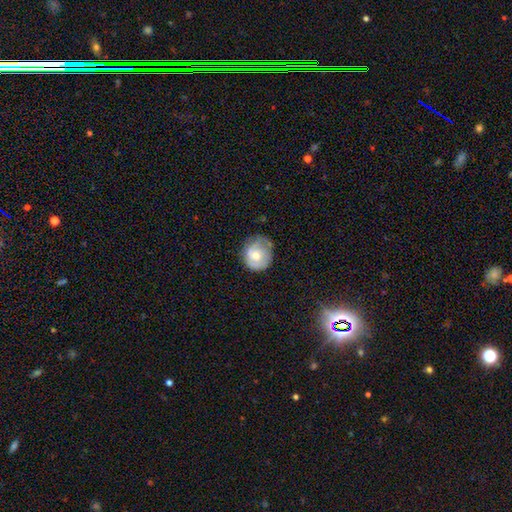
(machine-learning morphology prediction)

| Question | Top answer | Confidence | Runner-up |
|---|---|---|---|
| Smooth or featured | smooth | 50% | featured or disk (43%) |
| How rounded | round | 81% | in between (18%) |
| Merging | none | 59% | minor disturbance (29%) |